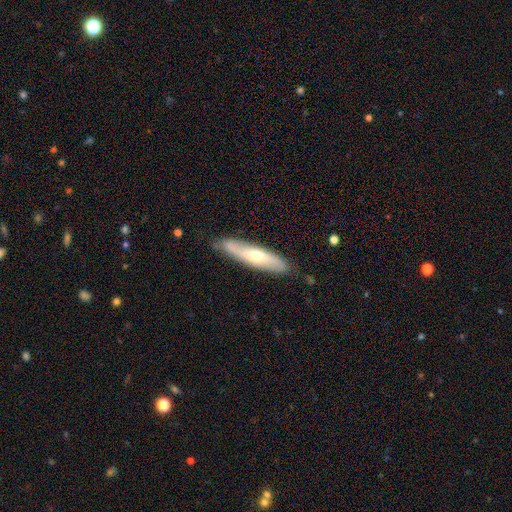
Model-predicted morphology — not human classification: Smooth or featured?
  - smooth: 49% *
  - featured or disk: 46%
  - star or artifact: 5%
Merging?
  - none: 80% *
  - minor disturbance: 16%
  - major disturbance: 3%
  - merger: 2%